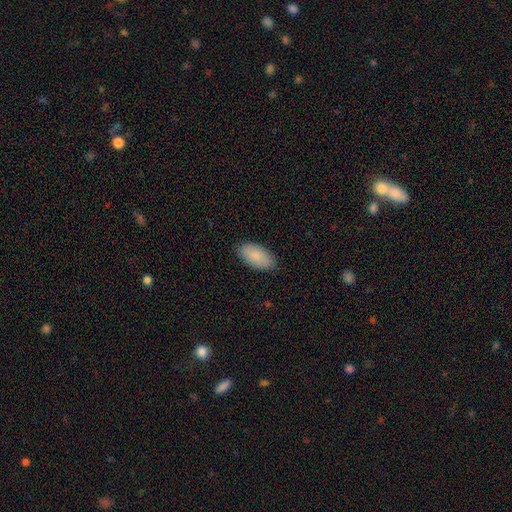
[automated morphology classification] type=smooth (88%); roundness=in between (95%); merging=none (86%).